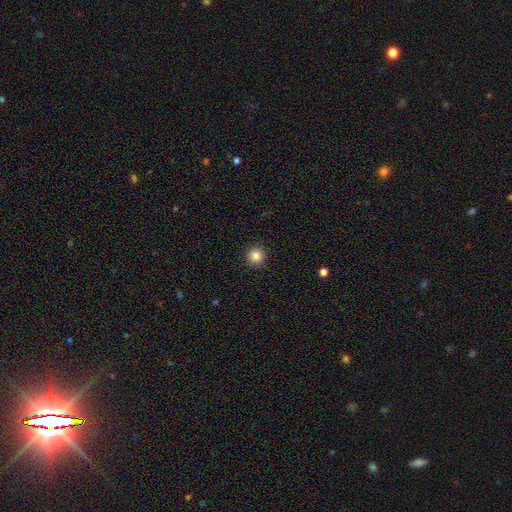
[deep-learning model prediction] This is clearly a smooth galaxy (85%). How rounded: clearly round (95%). Merging: clearly none (93%).